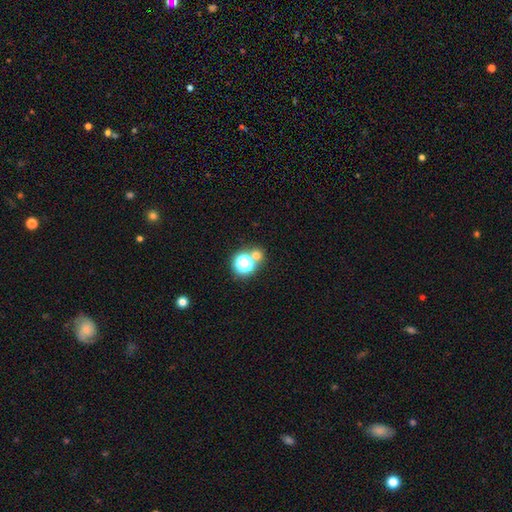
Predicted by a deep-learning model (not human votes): This is possibly a smooth galaxy (60%). How rounded: clearly round (86%). Merging: possibly none (60%).